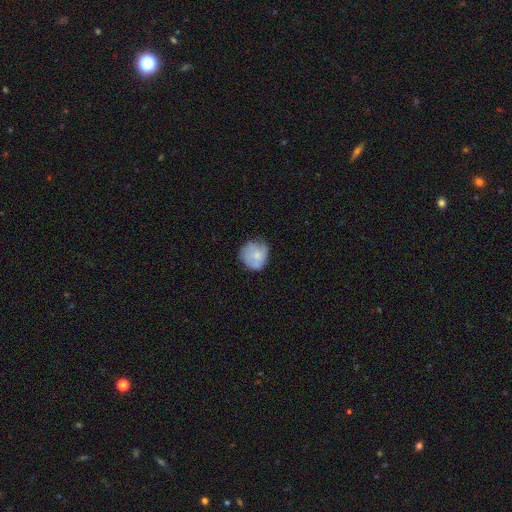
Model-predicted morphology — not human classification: Smooth or featured: smooth — 71% (featured or disk — 22%)
How rounded: round — 83% (in between — 16%)
Merging: none — 58% (minor disturbance — 31%)